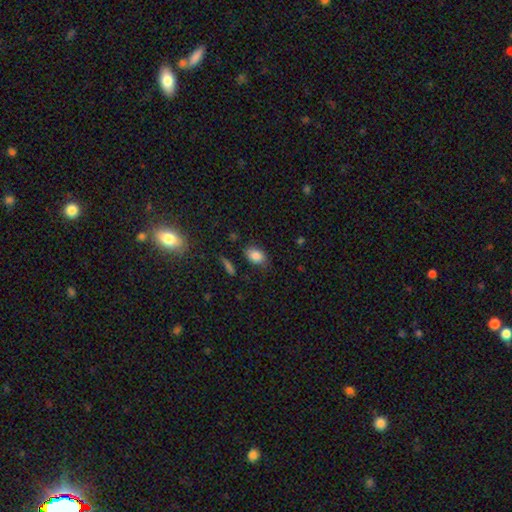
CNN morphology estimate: smooth 85%, star or artifact 9%, featured or disk 6%. Down the decision tree: how rounded — in between (81%); merging — none (76%).